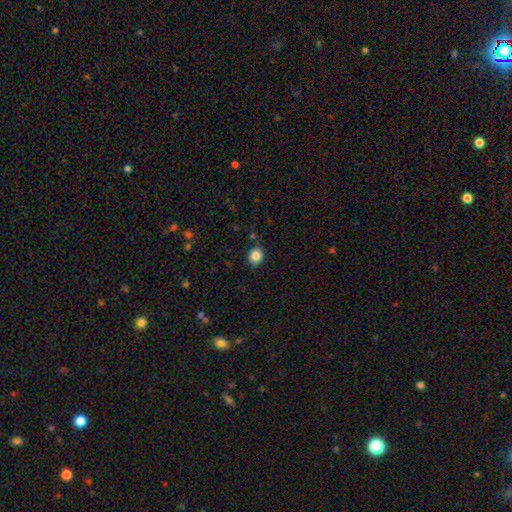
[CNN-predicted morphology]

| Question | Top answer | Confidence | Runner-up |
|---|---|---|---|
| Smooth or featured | smooth | 86% | star or artifact (10%) |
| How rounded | round | 76% | in between (23%) |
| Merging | none | 88% | minor disturbance (8%) |